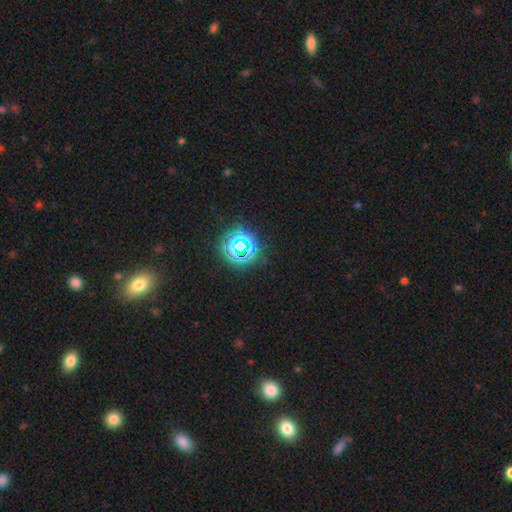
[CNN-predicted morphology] Smooth or featured: star or artifact — 53% (smooth — 39%)